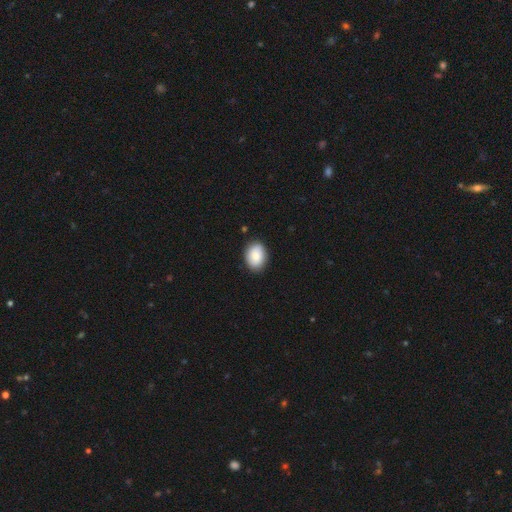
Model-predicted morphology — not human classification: This is clearly a smooth galaxy (83%). How rounded: likely in between (72%). Merging: clearly none (87%).